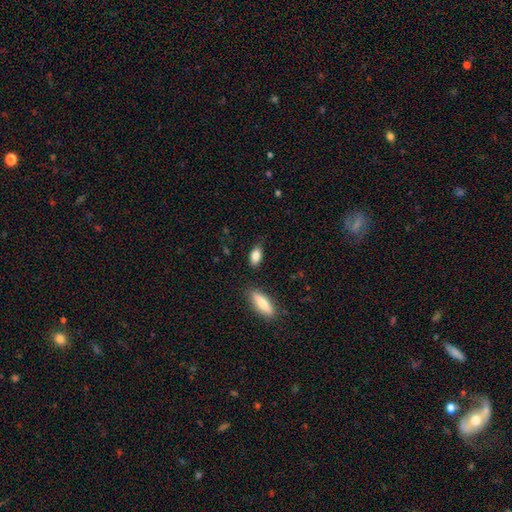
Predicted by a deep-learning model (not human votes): Smooth or featured?
  - smooth: 83% *
  - featured or disk: 9%
  - star or artifact: 8%
How rounded?
  - in between: 85% *
  - cigar-shaped: 9%
  - round: 6%
Merging?
  - none: 78% *
  - minor disturbance: 15%
  - major disturbance: 4%
  - merger: 3%